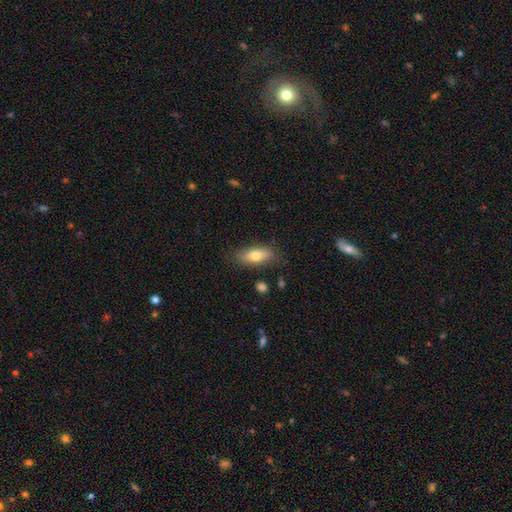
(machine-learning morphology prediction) type=smooth (72%); roundness=in between (74%); merging=none (79%).